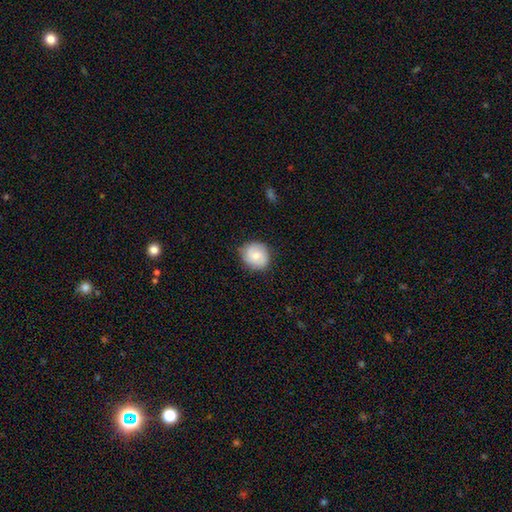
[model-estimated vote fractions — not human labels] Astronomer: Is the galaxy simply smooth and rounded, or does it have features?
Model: smooth — 70%.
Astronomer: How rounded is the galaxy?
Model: round — 82%.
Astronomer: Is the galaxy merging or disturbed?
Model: none — 76%.